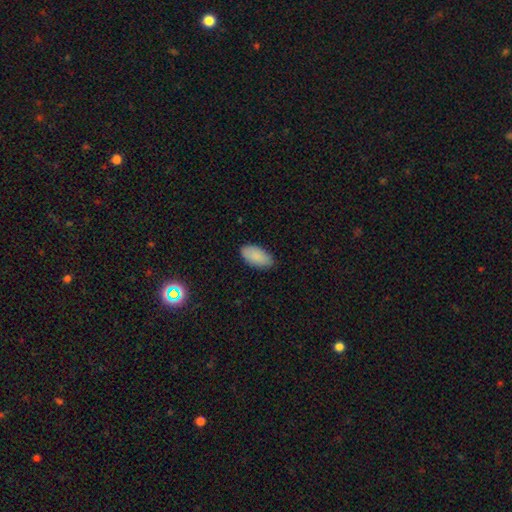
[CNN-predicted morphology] smooth_or_featured: smooth (p=0.88) [alt: star or artifact p=0.06]
how_rounded: in between (p=0.95) [alt: cigar-shaped p=0.03]
merging: none (p=0.83) [alt: minor disturbance p=0.13]